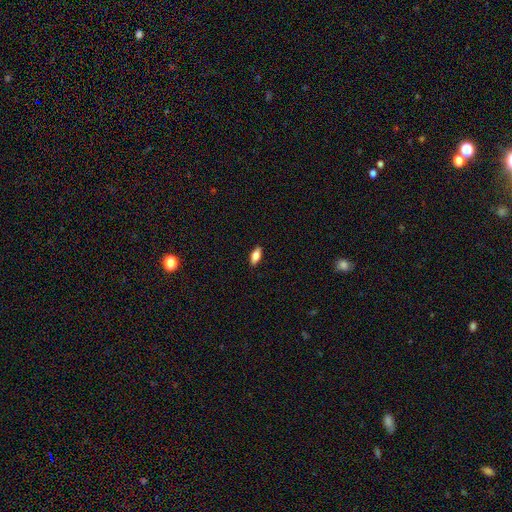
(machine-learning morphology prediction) Smooth or featured: smooth — 81% (featured or disk — 13%)
How rounded: in between — 83% (cigar-shaped — 15%)
Merging: none — 89% (minor disturbance — 8%)